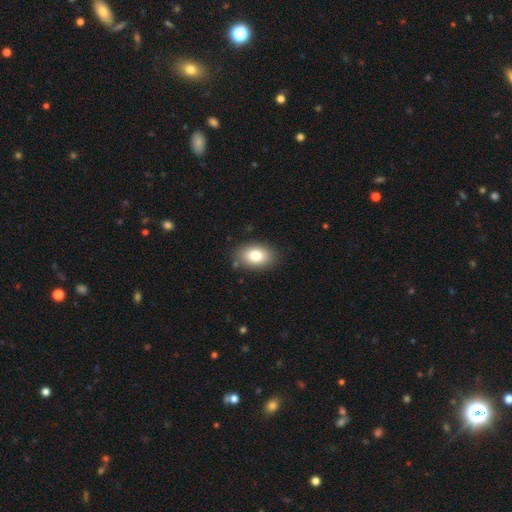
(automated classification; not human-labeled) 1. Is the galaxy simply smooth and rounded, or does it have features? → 80% smooth, 11% featured or disk, 9% star or artifact.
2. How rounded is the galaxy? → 83% in between, 16% round, 1% cigar-shaped.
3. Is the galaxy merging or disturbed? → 84% none, 11% minor disturbance, 3% major disturbance, 2% merger.